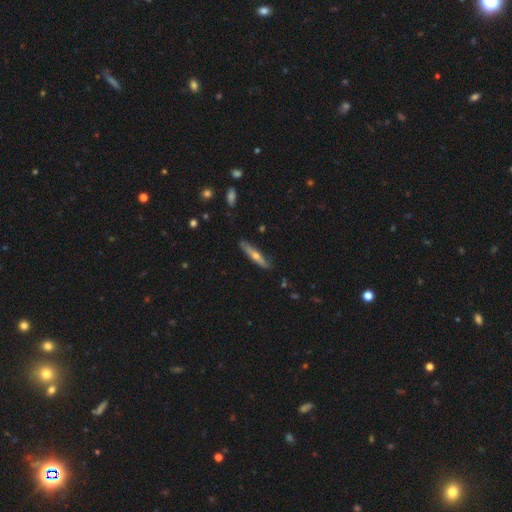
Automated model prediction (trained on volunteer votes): This is possibly a featured or disk galaxy (55%). It is clearly viewed edge-on (90%). Merging: clearly none (84%).